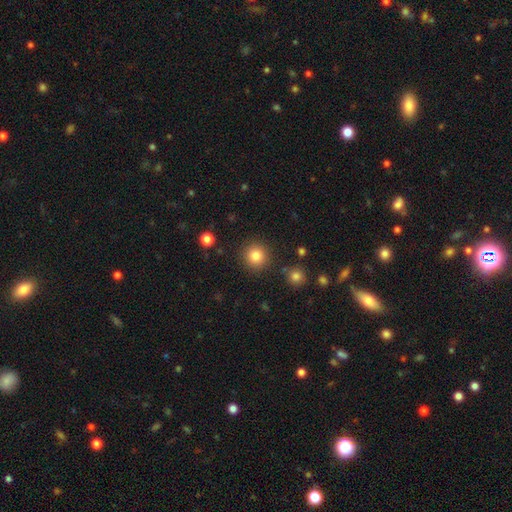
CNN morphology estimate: This appears to be a smooth galaxy with no disk features (83%) that is round (94%). Merging: none (89%).